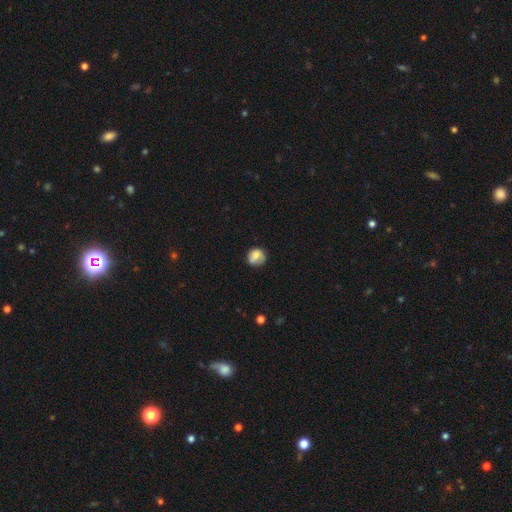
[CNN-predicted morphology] smooth 73%, featured or disk 18%, star or artifact 9%. Down the decision tree: how rounded — round (80%); merging — none (66%).